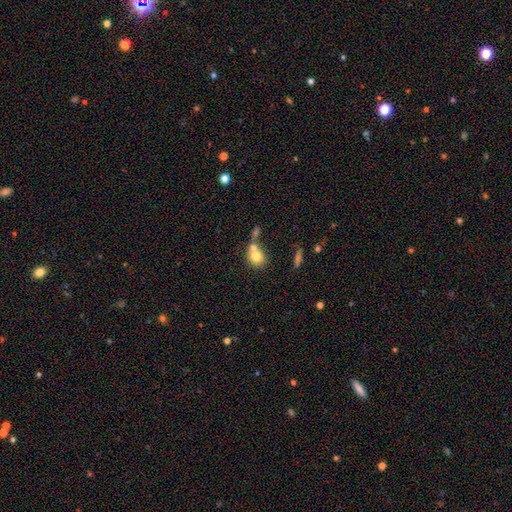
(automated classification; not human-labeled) smooth_or_featured: smooth (p=0.74) [alt: featured or disk p=0.16]
how_rounded: round (p=0.73) [alt: in between p=0.26]
merging: merger (p=0.49) [alt: none p=0.36]